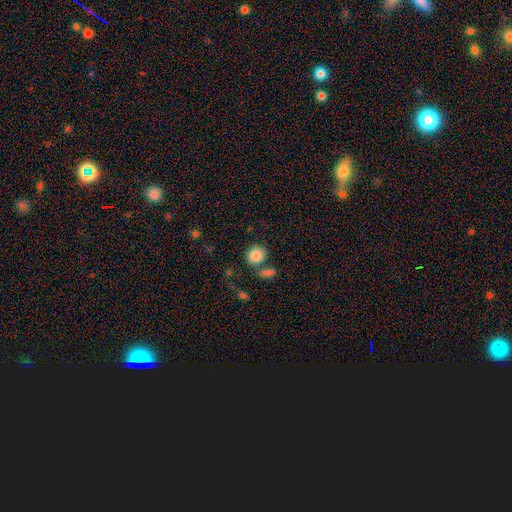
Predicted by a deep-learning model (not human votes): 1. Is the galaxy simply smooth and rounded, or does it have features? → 86% smooth, 9% star or artifact, 5% featured or disk.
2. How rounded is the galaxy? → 74% round, 24% in between, 1% cigar-shaped.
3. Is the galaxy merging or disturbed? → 64% none, 18% merger, 13% minor disturbance, 5% major disturbance.